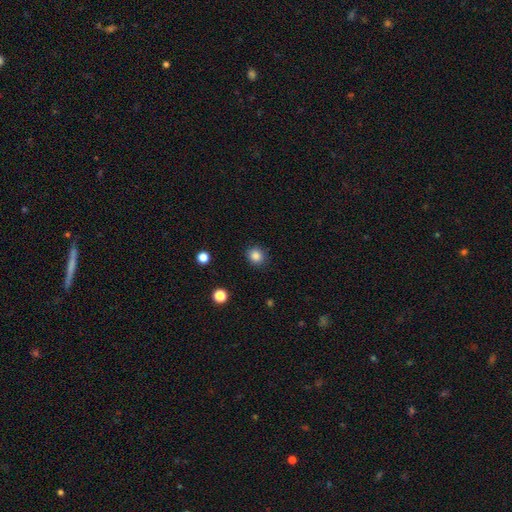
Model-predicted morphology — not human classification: The model was most divided on "how rounded": round: 85%, in between: 14%, cigar-shaped: 1%. More confident: merging — none (89%); smooth or featured — smooth (85%).